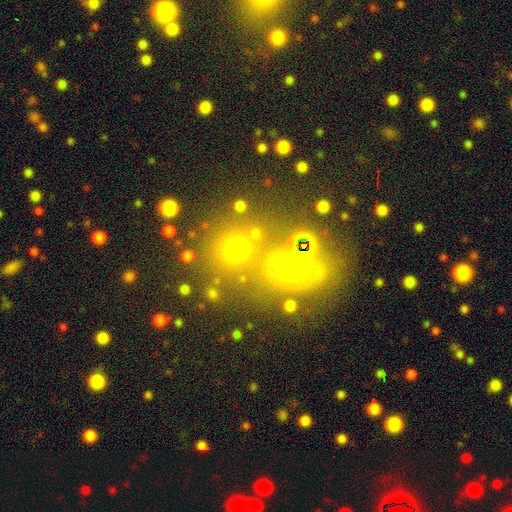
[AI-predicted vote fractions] Q: Smooth or featured?
A: star or artifact (53%); runner-up: smooth (32%)